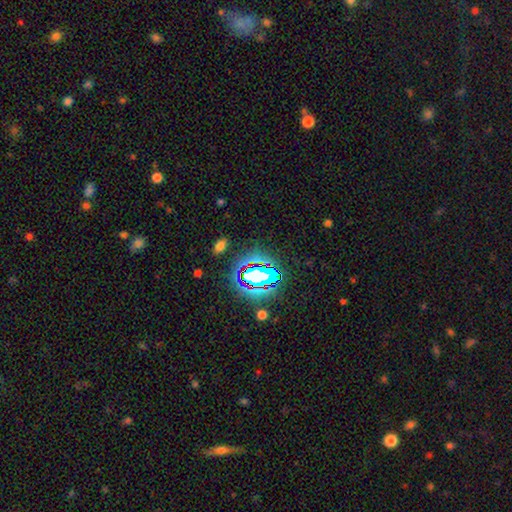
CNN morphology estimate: smooth-or-featured: star or artifact: 80% | smooth: 12% | featured or disk: 8%